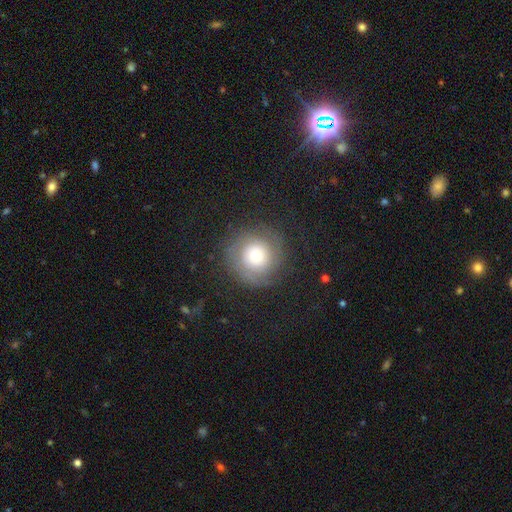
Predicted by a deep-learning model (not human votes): A featured or disk galaxy (46%). Merging: none (77%).